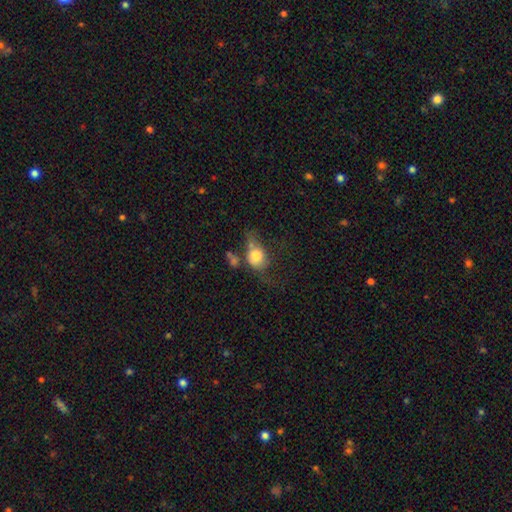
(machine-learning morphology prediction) A smooth galaxy with no disk features (70%) that is round (54%).

Vote fractions:
- Smooth or featured? smooth: 70% / featured or disk: 21% / star or artifact: 9%
- How rounded? round: 54% / in between: 44% / cigar-shaped: 2%
- Merging? major disturbance: 33% / none: 25% / minor disturbance: 23% / merger: 19%